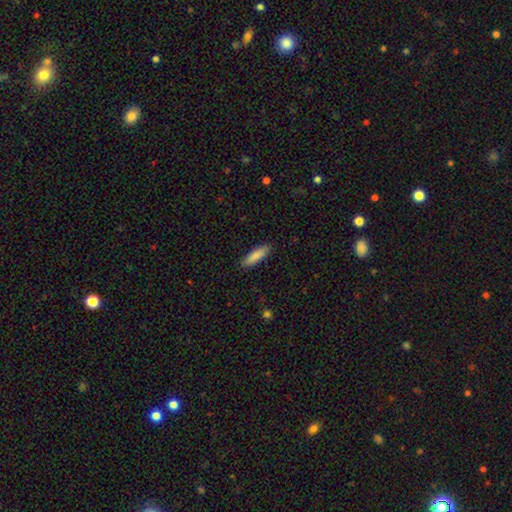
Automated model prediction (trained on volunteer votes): Smooth or featured: smooth — 86% (featured or disk — 8%)
How rounded: cigar-shaped — 58% (in between — 40%)
Merging: none — 88% (minor disturbance — 9%)